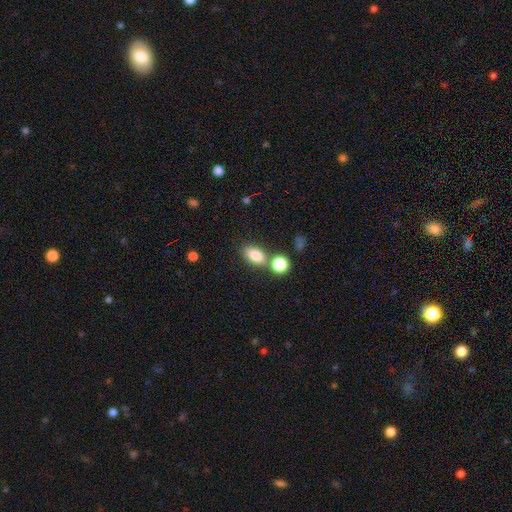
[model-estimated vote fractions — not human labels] smooth-or-featured: smooth: 83% | star or artifact: 9% | featured or disk: 8%
  how-rounded: in between: 85% | round: 11% | cigar-shaped: 4%
  merging: none: 60% | merger: 24% | minor disturbance: 12% | major disturbance: 4%